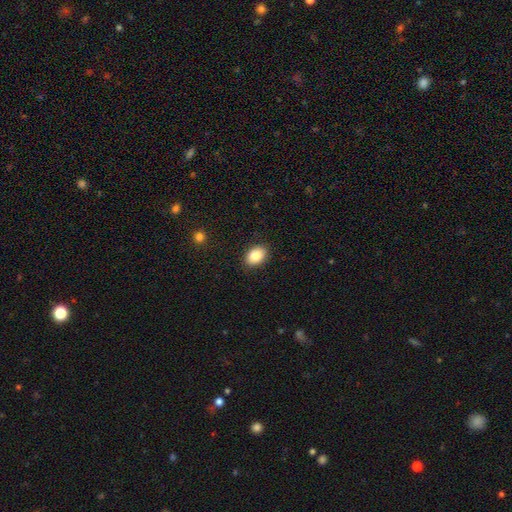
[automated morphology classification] Overall: smooth (86%). How rounded: in between (82%). Merging: none (89%).